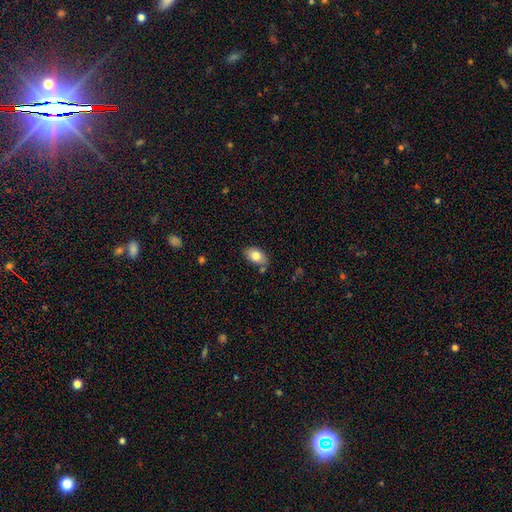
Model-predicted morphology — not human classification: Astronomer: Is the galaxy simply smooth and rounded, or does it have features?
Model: smooth — 81%.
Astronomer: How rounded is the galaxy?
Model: in between — 88%.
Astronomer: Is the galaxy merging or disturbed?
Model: none — 73%.